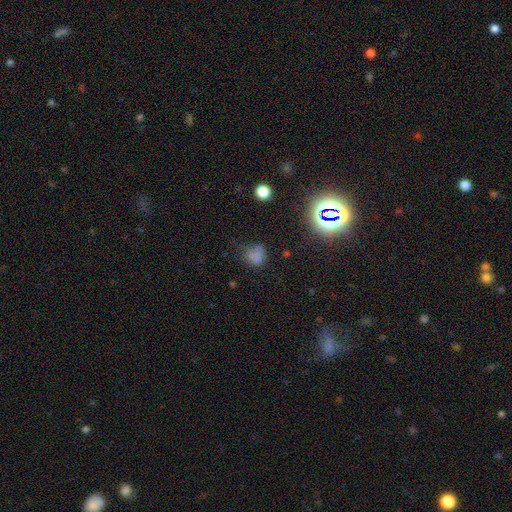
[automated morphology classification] Smooth or featured?
  - smooth: 65% *
  - star or artifact: 24%
  - featured or disk: 11%
How rounded?
  - round: 51% *
  - in between: 47%
  - cigar-shaped: 2%
Merging?
  - none: 48% *
  - minor disturbance: 28%
  - major disturbance: 20%
  - merger: 4%